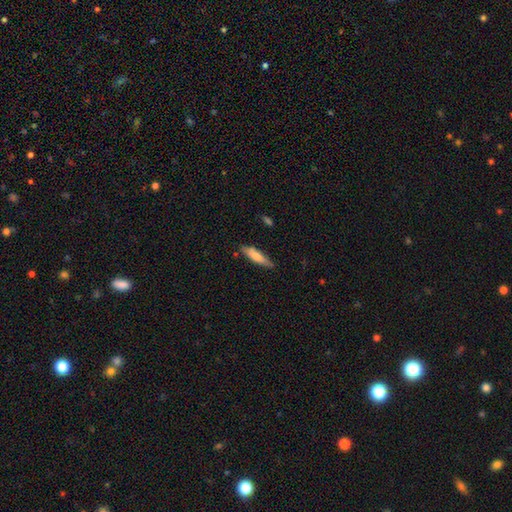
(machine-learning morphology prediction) Smooth or featured: smooth — 67% (featured or disk — 27%)
How rounded: cigar-shaped — 72% (in between — 26%)
Merging: none — 77% (minor disturbance — 17%)